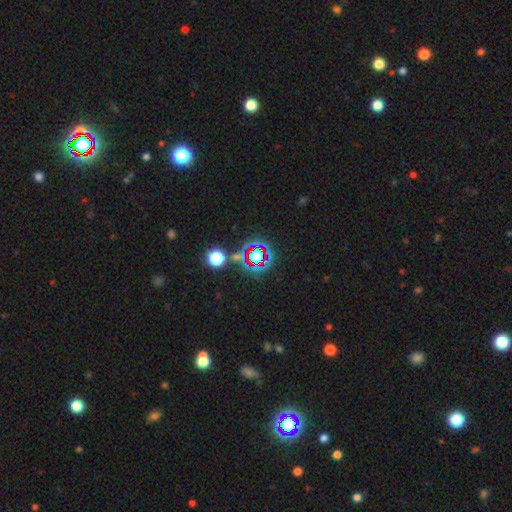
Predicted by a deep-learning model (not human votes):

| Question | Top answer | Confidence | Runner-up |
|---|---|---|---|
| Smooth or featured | star or artifact | 69% | smooth (20%) |